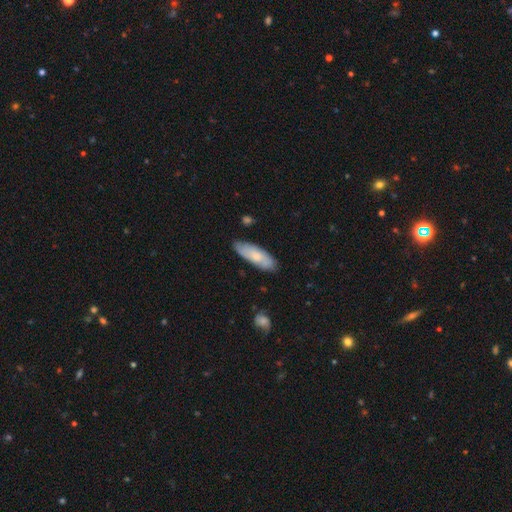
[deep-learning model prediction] Overall: smooth (63%; featured or disk 31%). How rounded: in between (62%; cigar-shaped 36%). Merging: none (79%).